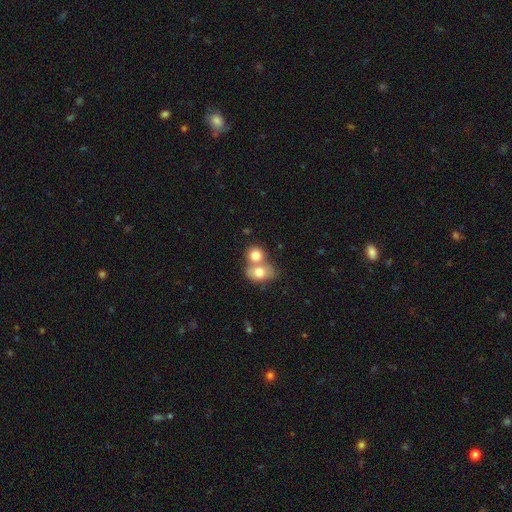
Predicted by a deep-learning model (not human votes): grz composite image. It shows a smooth galaxy with no disk features (78%) that is round (59%). Merging: merger (62%).